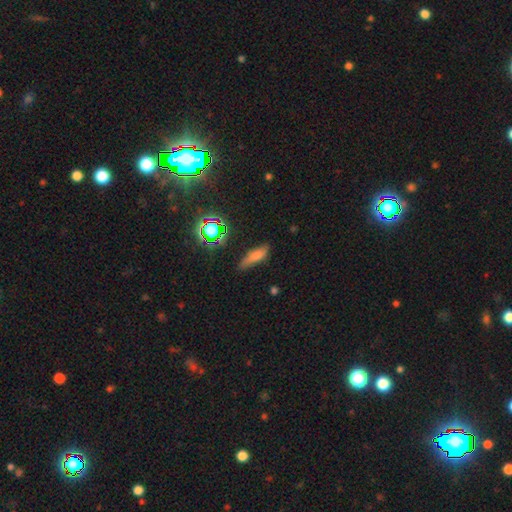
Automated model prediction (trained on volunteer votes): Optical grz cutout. It shows a smooth galaxy with no disk features (70%) that is cigar-shaped (51%). Merging: none (64%).